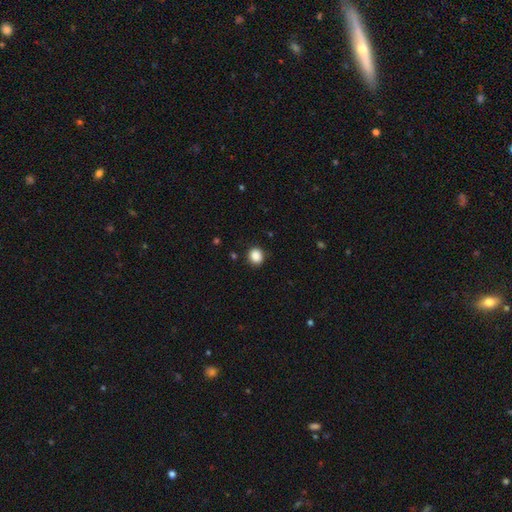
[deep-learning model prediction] Q: Smooth or featured?
A: smooth (88%); runner-up: star or artifact (9%)
Q: How rounded?
A: round (73%); runner-up: in between (26%)
Q: Merging?
A: none (88%); runner-up: minor disturbance (9%)